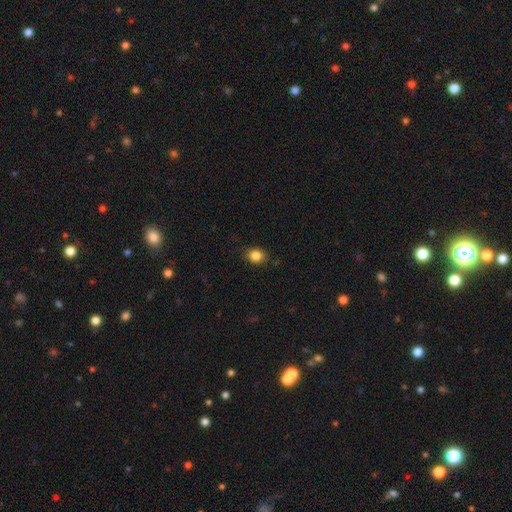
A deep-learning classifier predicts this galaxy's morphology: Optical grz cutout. It shows a smooth galaxy with no disk features (85%) that is round (58%). Merging: none (84%).